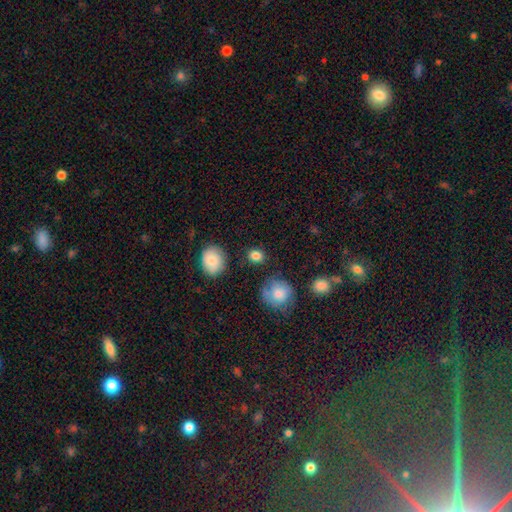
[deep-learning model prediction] This is clearly a smooth galaxy (85%). How rounded: likely round (67%). Merging: clearly none (82%).